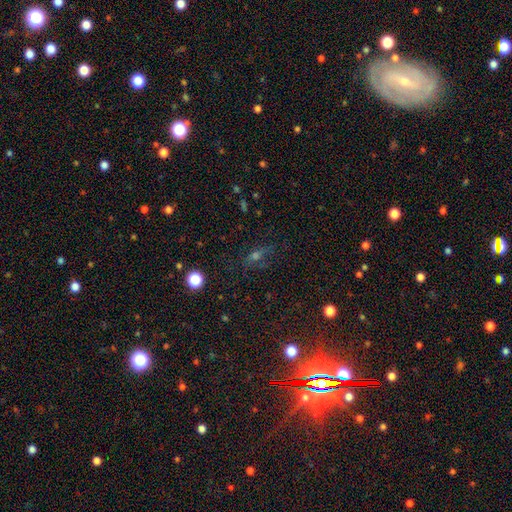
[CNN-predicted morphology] The model was most divided on "smooth or featured" (2-way tie): smooth: 36%, star or artifact: 36%, featured or disk: 28%. More confident: merging — none (68%).